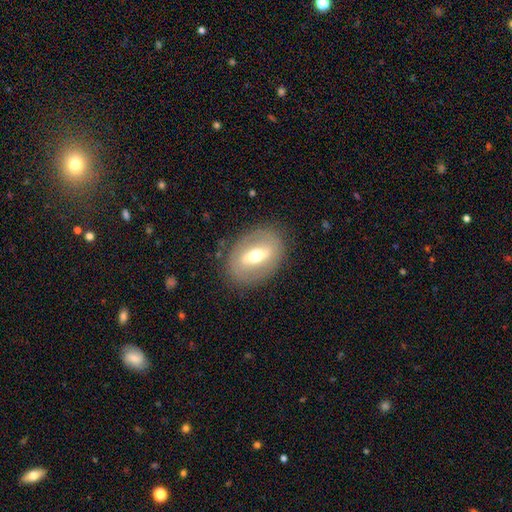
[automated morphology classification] smooth_or_featured: featured or disk (p=0.55) [alt: smooth p=0.38]
disk_edge_on: no (p=0.84) [alt: yes p=0.16]
merging: none (p=0.82) [alt: minor disturbance p=0.12]